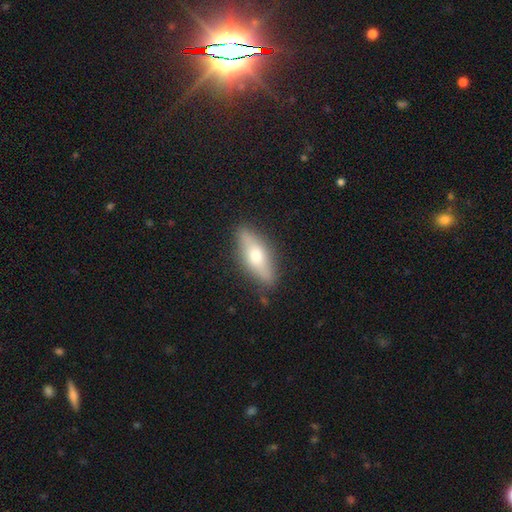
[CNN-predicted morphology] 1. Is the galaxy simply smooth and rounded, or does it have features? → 48% smooth, 46% featured or disk, 6% star or artifact.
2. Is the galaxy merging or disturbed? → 85% none, 11% minor disturbance, 2% major disturbance, 1% merger.